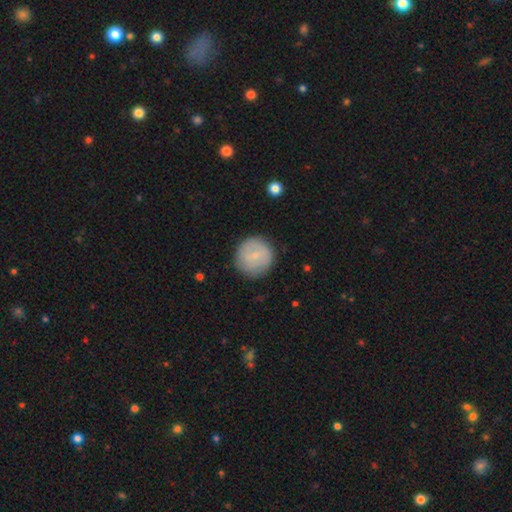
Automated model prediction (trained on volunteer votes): A smooth galaxy with no disk features (67%) that is round (93%).

Vote fractions:
- Smooth or featured? smooth: 67% / featured or disk: 26% / star or artifact: 7%
- How rounded? round: 93% / in between: 6% / cigar-shaped: 1%
- Merging? none: 85% / minor disturbance: 11% / major disturbance: 3% / merger: 1%